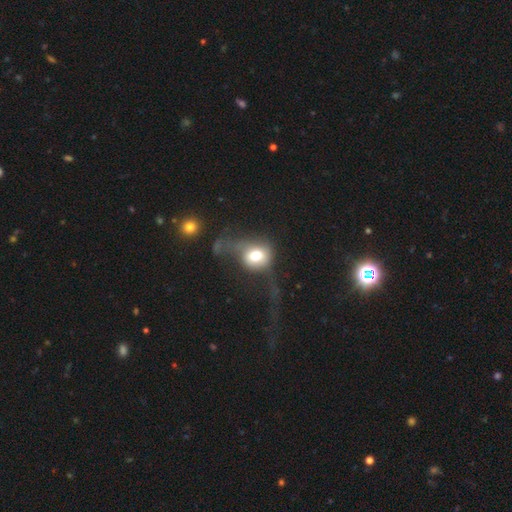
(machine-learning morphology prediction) A smooth galaxy with no disk features (68%) that is round (71%).

Vote fractions:
- Smooth or featured? smooth: 68% / featured or disk: 22% / star or artifact: 10%
- How rounded? round: 71% / in between: 27% / cigar-shaped: 2%
- Merging? major disturbance: 51% / none: 24% / minor disturbance: 18% / merger: 6%